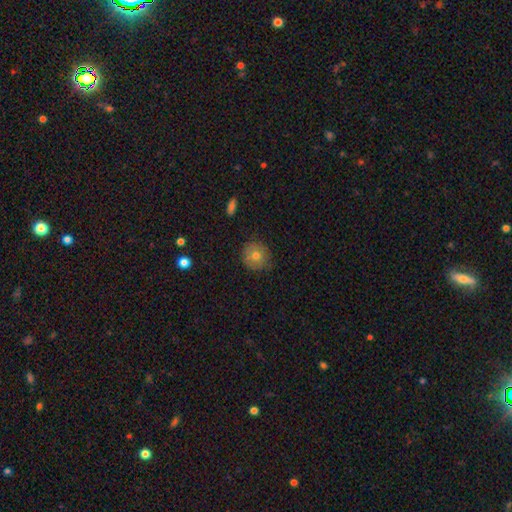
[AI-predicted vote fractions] Morphology: type=smooth (71%); roundness=round (91%); merging=none (82%).